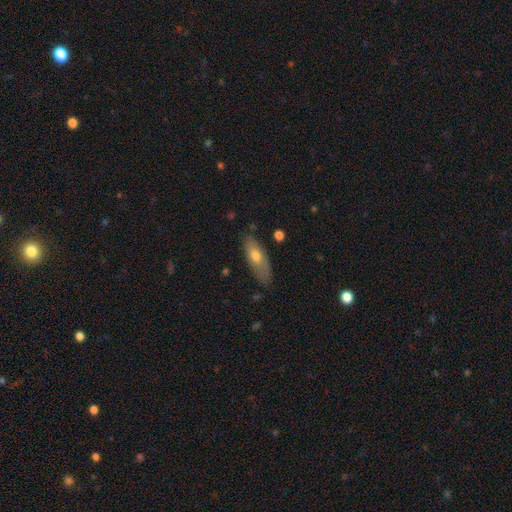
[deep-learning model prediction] smooth_or_featured: smooth (p=0.64) [alt: featured or disk p=0.30]
how_rounded: in between (p=0.67) [alt: cigar-shaped p=0.31]
merging: none (p=0.73) [alt: minor disturbance p=0.21]